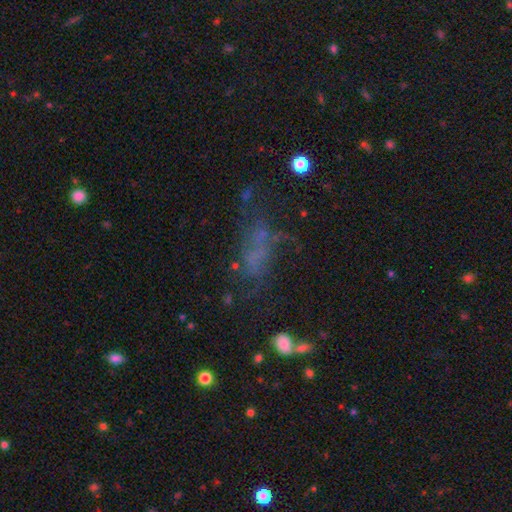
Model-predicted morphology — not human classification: Smooth or featured?
  - featured or disk: 39% *
  - smooth: 36%
  - star or artifact: 26%
Merging?
  - none: 39% *
  - major disturbance: 33%
  - minor disturbance: 19%
  - merger: 8%